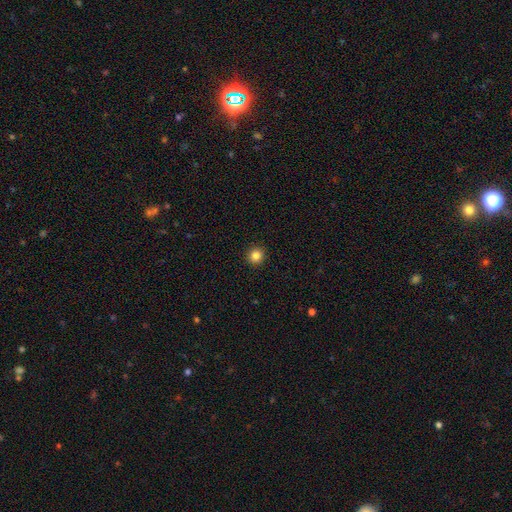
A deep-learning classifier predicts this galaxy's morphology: The model was most divided on "smooth or featured": smooth: 84%, star or artifact: 11%, featured or disk: 4%. More confident: merging — none (93%); how rounded — round (92%).